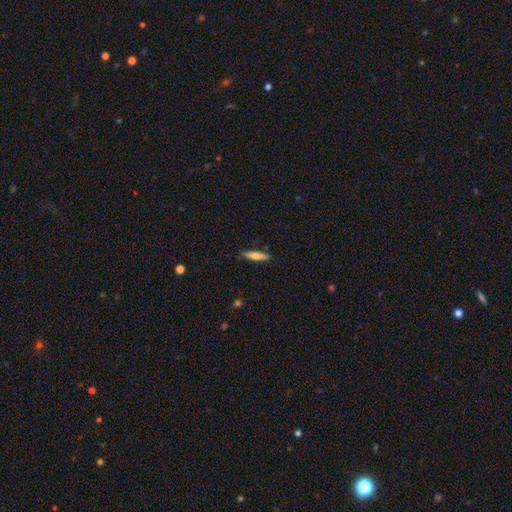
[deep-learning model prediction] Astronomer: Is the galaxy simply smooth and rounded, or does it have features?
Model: smooth — 61%.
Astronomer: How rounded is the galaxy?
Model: cigar-shaped — 81%.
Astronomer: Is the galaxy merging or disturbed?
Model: none — 88%.